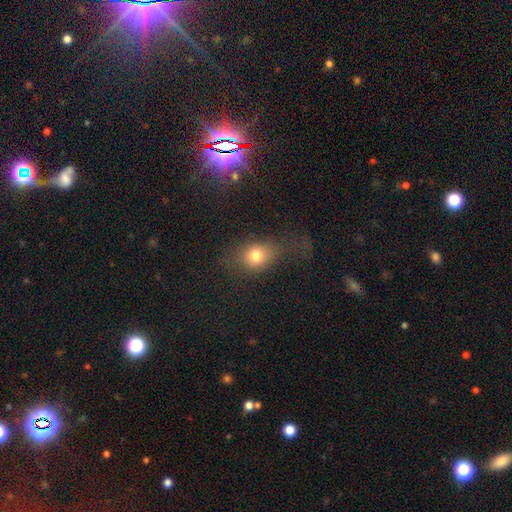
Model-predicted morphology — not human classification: This appears to be a smooth galaxy with no disk features (74%) that is round (53%). Merging: none (51%).